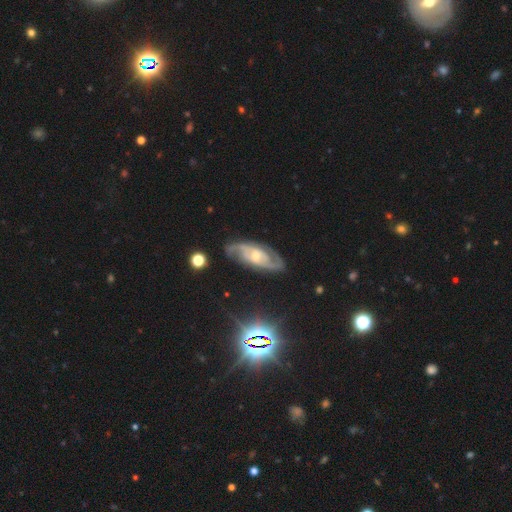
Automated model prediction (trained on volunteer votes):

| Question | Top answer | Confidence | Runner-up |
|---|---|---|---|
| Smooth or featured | featured or disk | 88% | star or artifact (6%) |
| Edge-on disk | no | 94% | yes (6%) |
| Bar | no | 51% | weak (38%) |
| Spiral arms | yes | 97% | no (3%) |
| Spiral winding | medium | 46% | tight (42%) |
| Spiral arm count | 2 | 78% | can't tell (9%) |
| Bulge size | moderate | 52% | small (42%) |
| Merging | none | 79% | minor disturbance (15%) |